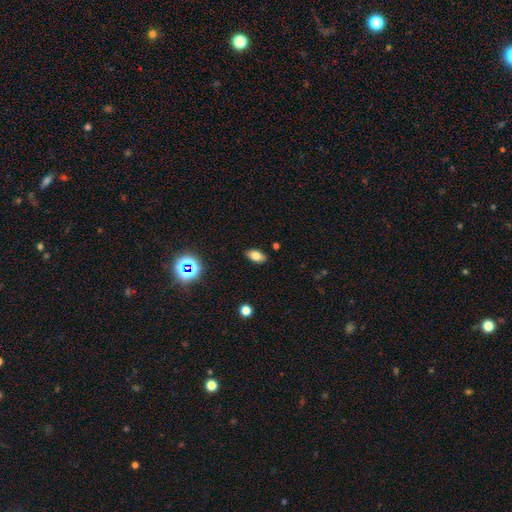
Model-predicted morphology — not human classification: type=smooth (75%); roundness=in between (89%); merging=none (87%).